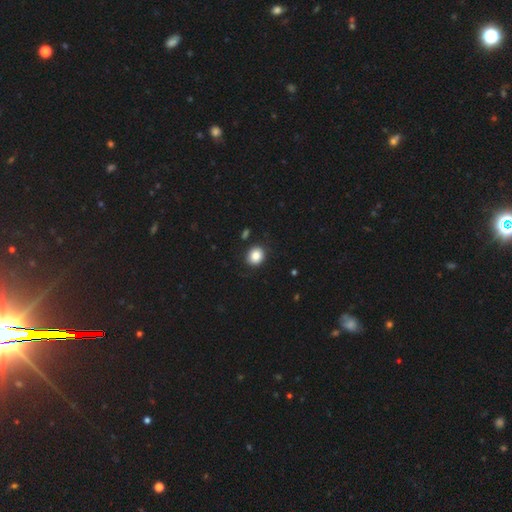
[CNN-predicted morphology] This appears to be a smooth galaxy with no disk features (86%) that is round (71%). Merging: none (88%).